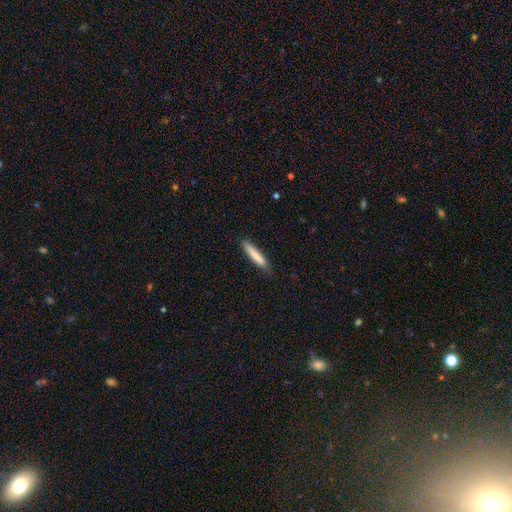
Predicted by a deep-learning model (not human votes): smooth 83%, featured or disk 11%, star or artifact 6%. Down the decision tree: how rounded — cigar-shaped (90%); merging — none (82%).